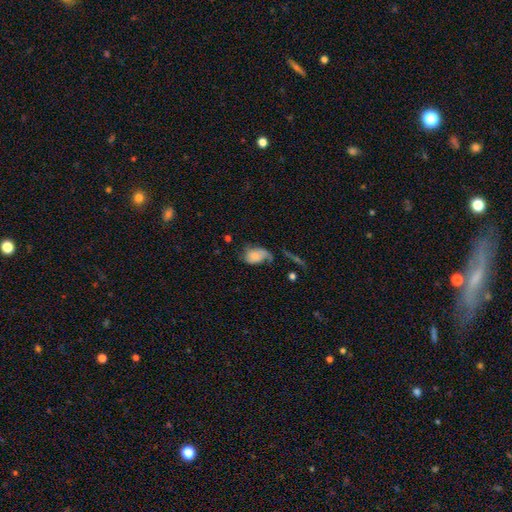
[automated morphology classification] Smooth or featured? Predicted: smooth (p=0.65). How rounded? Predicted: in between (p=0.86). Merging? Predicted: none (p=0.35).